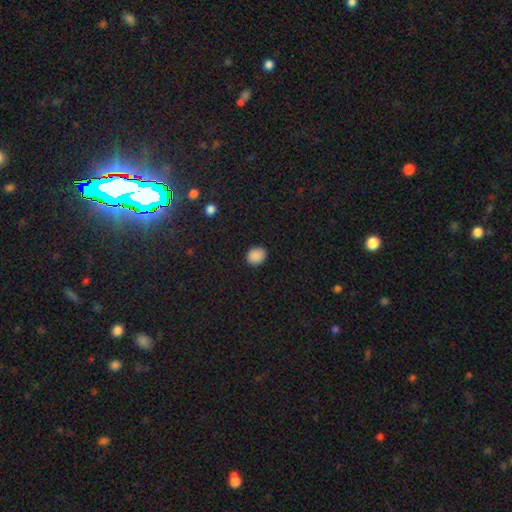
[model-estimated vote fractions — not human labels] A smooth galaxy with no disk features (88%) that is round (68%).

Vote fractions:
- Smooth or featured? smooth: 88% / star or artifact: 9% / featured or disk: 3%
- How rounded? round: 68% / in between: 31% / cigar-shaped: 1%
- Merging? none: 90% / minor disturbance: 7% / major disturbance: 2% / merger: 1%